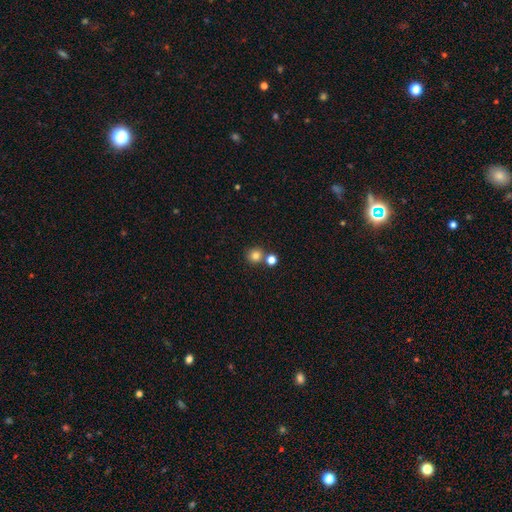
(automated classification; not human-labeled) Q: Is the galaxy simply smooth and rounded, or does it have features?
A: smooth — 81%.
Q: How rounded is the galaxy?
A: round — 91%.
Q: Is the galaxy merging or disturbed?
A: none — 69%.